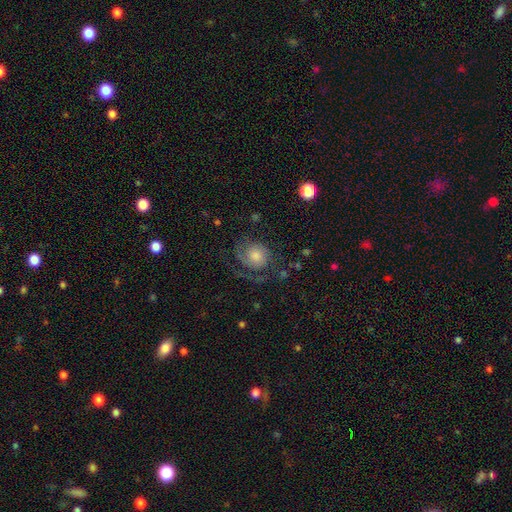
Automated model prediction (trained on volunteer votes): Q: Smooth or featured?
A: featured or disk (65%); runner-up: smooth (25%)
Q: Edge-on disk?
A: no (97%); runner-up: yes (3%)
Q: Bar?
A: no (78%); runner-up: weak (20%)
Q: Spiral arms?
A: yes (91%); runner-up: no (9%)
Q: Spiral winding?
A: tight (42%); runner-up: medium (38%)
Q: Spiral arm count?
A: 2 (39%); runner-up: 1 (34%)
Q: Bulge size?
A: moderate (46%); runner-up: small (26%)
Q: Merging?
A: none (61%); runner-up: major disturbance (20%)